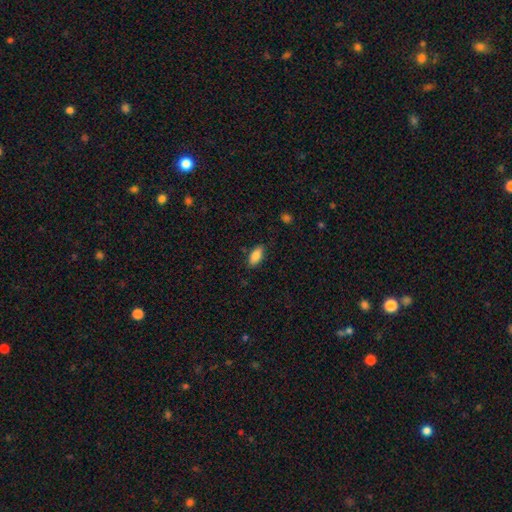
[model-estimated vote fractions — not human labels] Smooth or featured: smooth — 85% (featured or disk — 8%)
How rounded: in between — 88% (cigar-shaped — 10%)
Merging: none — 84% (minor disturbance — 12%)